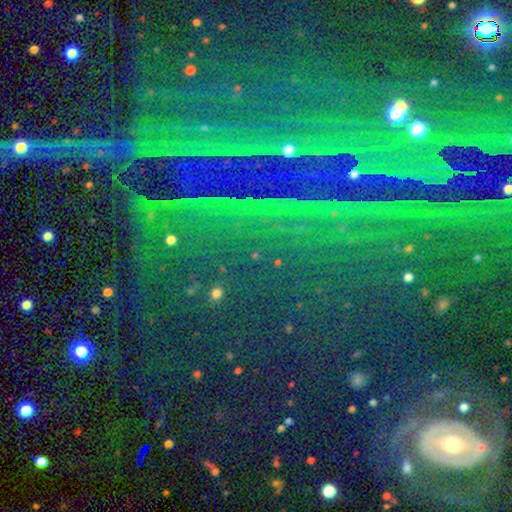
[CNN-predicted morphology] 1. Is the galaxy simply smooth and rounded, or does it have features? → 86% star or artifact, 7% smooth, 7% featured or disk.